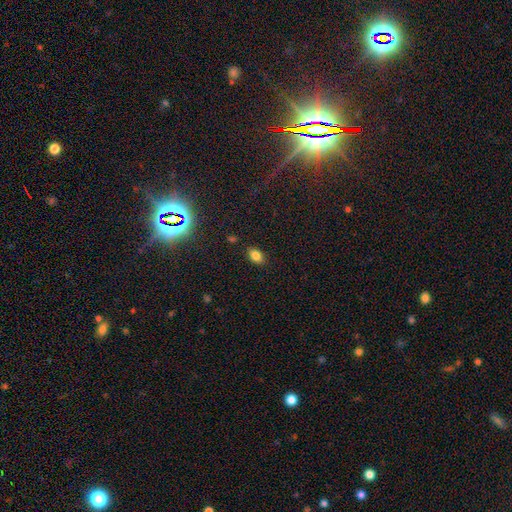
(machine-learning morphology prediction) A smooth galaxy with no disk features (81%) that is in between round and cigar-shaped (84%). Merging: none (86%).